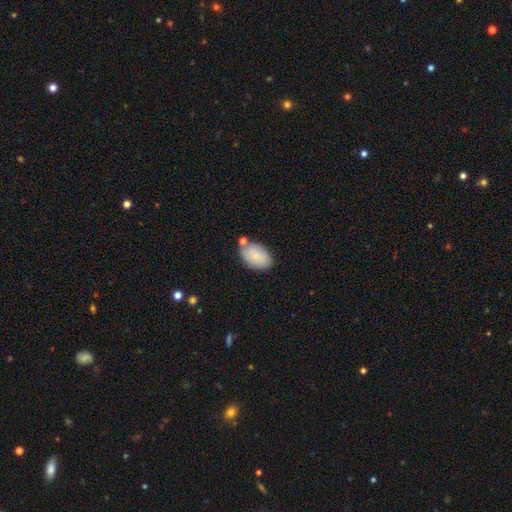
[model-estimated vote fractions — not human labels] This appears to be a smooth galaxy with no disk features (79%) that is in between round and cigar-shaped (91%). Merging: none (66%).